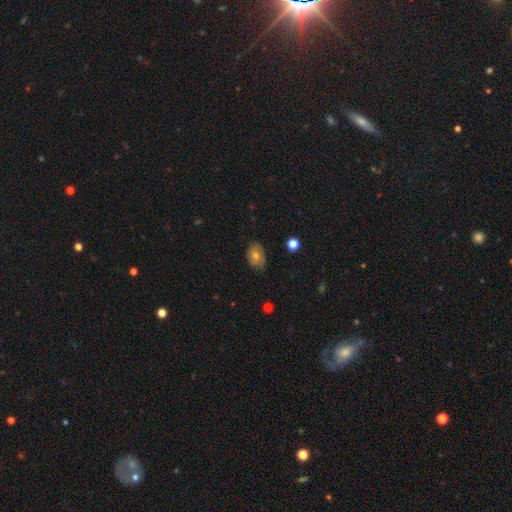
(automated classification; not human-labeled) Smooth or featured? smooth (54%)
How rounded? in between (77%)
Merging? none (74%)